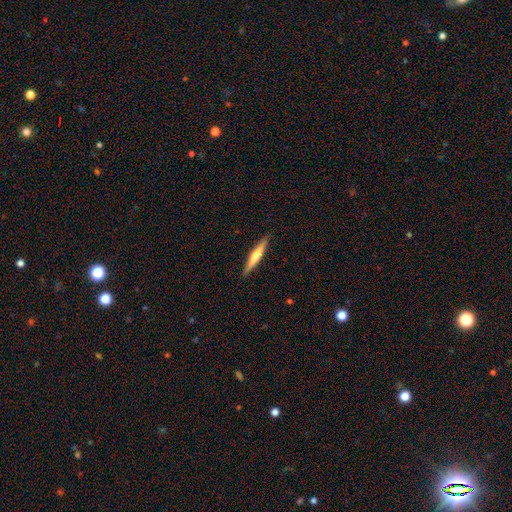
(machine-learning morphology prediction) Smooth or featured? featured or disk (52%)
Edge-on disk? yes (97%)
Merging? none (90%)